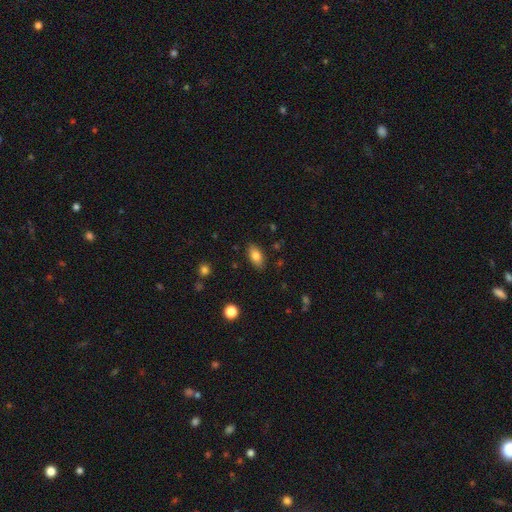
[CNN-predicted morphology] Smooth or featured? Predicted: smooth (p=0.81). How rounded? Predicted: in between (p=0.90). Merging? Predicted: none (p=0.86).